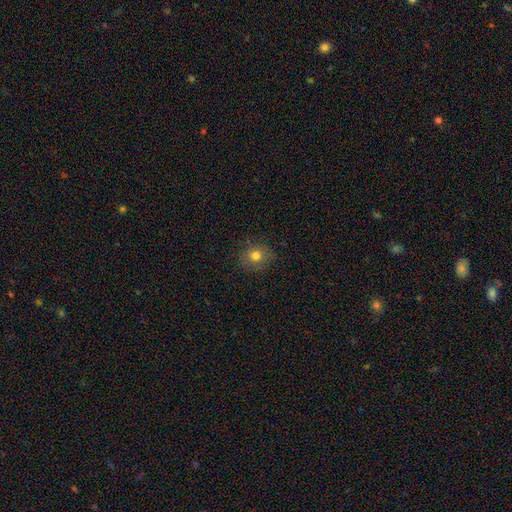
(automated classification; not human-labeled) Smooth or featured?
  - smooth: 76% *
  - star or artifact: 13%
  - featured or disk: 11%
How rounded?
  - round: 77% *
  - in between: 22%
  - cigar-shaped: 1%
Merging?
  - none: 83% *
  - minor disturbance: 13%
  - major disturbance: 3%
  - merger: 1%